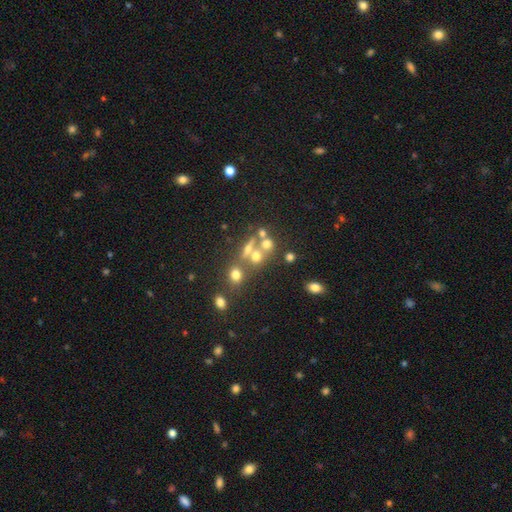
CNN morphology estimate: Smooth or featured?
  - smooth: 53% *
  - featured or disk: 26%
  - star or artifact: 22%
How rounded?
  - round: 65% *
  - in between: 30%
  - cigar-shaped: 5%
Merging?
  - none: 41% * (tied)
  - merger: 41% * (tied)
  - minor disturbance: 10%
  - major disturbance: 8%